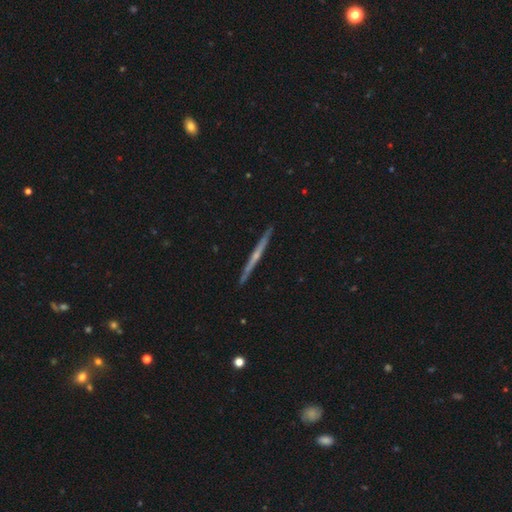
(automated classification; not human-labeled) smooth-or-featured: featured or disk: 70% | smooth: 24% | star or artifact: 5%
  disk-edge-on: yes: 98% | no: 2%
    edge-on-bulge: none: 53% | rounded: 42% | boxy: 6%
  merging: none: 92% | minor disturbance: 6% | major disturbance: 1% | merger: 1%